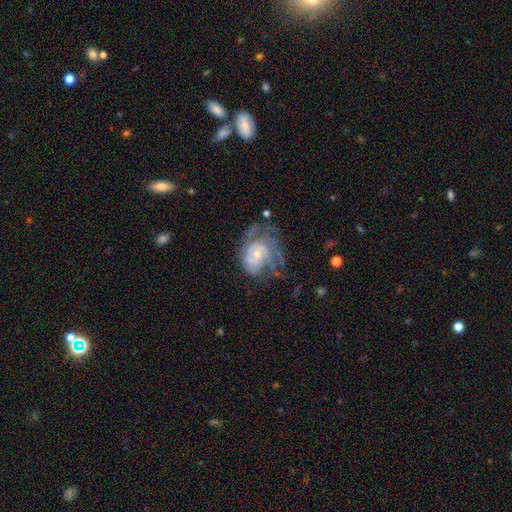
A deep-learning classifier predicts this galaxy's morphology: Smooth or featured? featured or disk (80%)
Edge-on disk? no (97%)
Bar? no (65%)
Spiral arms? yes (87%)
Spiral winding? tight (52%)
Spiral arm count? can't tell (37%)
Bulge size? small (55%)
Merging? none (41%)